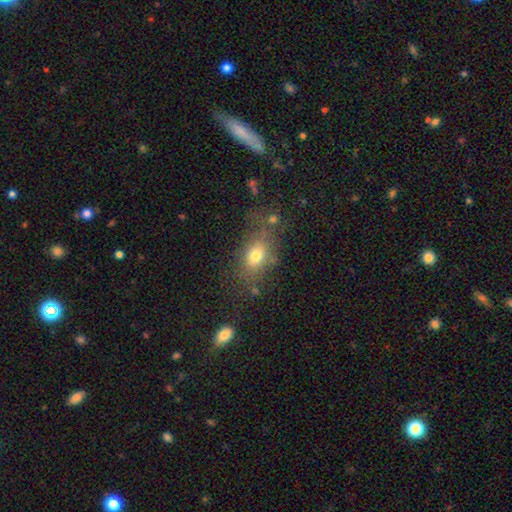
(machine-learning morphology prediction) smooth_or_featured: smooth (p=0.73) [alt: featured or disk p=0.14]
how_rounded: in between (p=0.73) [alt: round p=0.24]
merging: none (p=0.62) [alt: minor disturbance p=0.18]